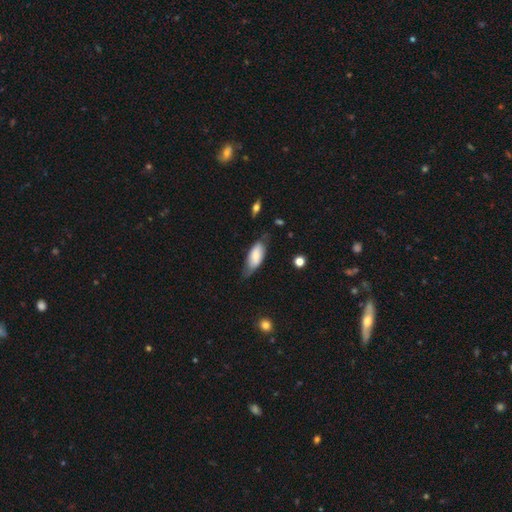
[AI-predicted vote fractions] This appears to be a smooth galaxy with no disk features (73%) that is in between round and cigar-shaped (82%). Merging: none (51%).